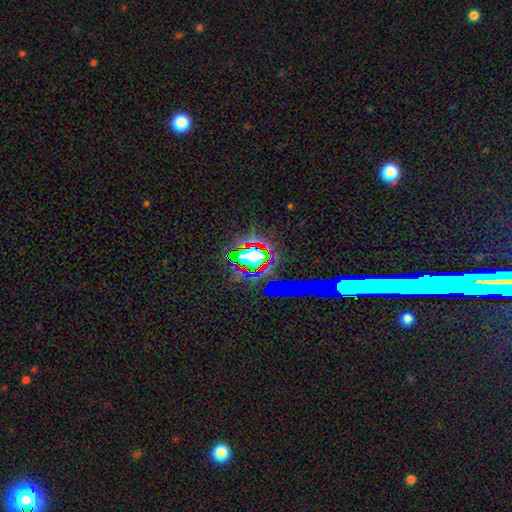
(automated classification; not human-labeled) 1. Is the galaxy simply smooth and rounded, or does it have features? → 60% star or artifact, 23% smooth, 16% featured or disk.